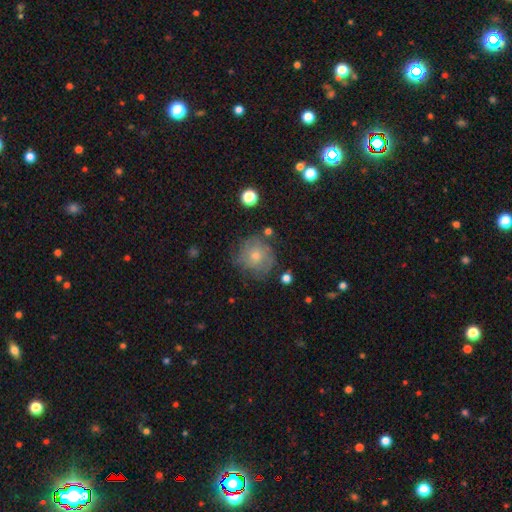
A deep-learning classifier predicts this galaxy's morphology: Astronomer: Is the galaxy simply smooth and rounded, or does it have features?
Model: smooth — 43%, tied with featured or disk at 43%.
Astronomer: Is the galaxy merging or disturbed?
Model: none — 71%.